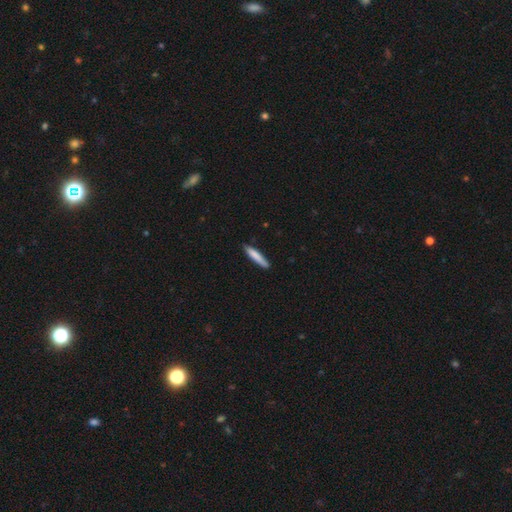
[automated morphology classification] Smooth or featured?
  - smooth: 80% *
  - featured or disk: 14%
  - star or artifact: 6%
How rounded?
  - cigar-shaped: 91% *
  - in between: 8%
  - round: 1%
Merging?
  - none: 84% *
  - minor disturbance: 13%
  - major disturbance: 2%
  - merger: 1%